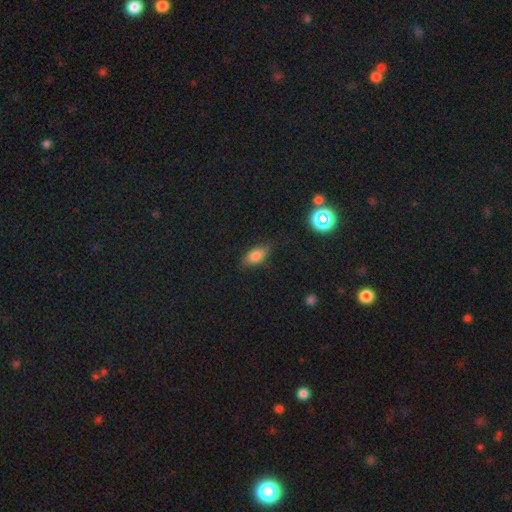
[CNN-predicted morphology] Smooth or featured? smooth (79%)
How rounded? in between (86%)
Merging? none (79%)